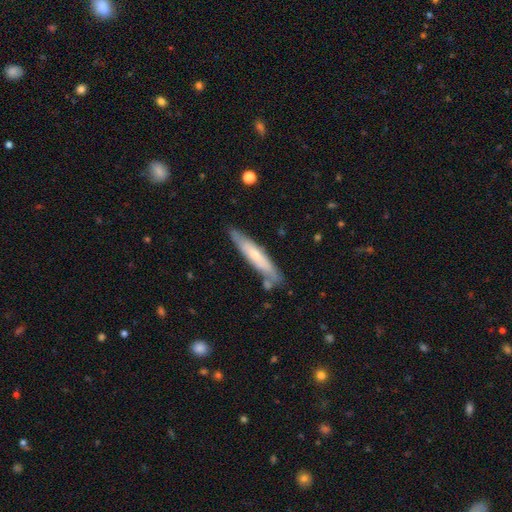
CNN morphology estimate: smooth 49%, featured or disk 45%, star or artifact 5%. Down the decision tree: merging — none (75%).